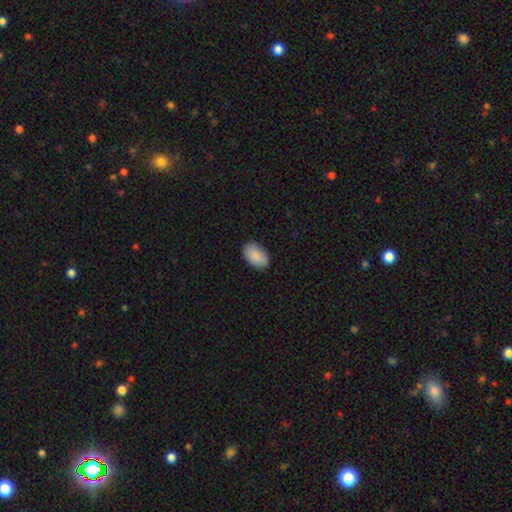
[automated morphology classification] Smooth or featured?
  - smooth: 89% *
  - star or artifact: 6%
  - featured or disk: 5%
How rounded?
  - in between: 92% *
  - round: 7%
  - cigar-shaped: 1%
Merging?
  - none: 86% *
  - minor disturbance: 11%
  - major disturbance: 2%
  - merger: 1%